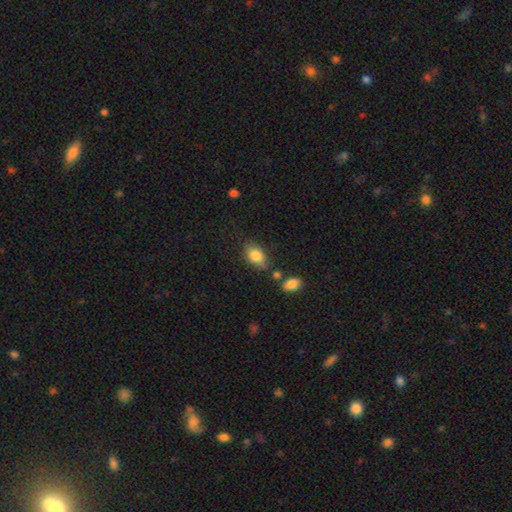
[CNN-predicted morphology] Smooth or featured?
  - smooth: 84% *
  - featured or disk: 9%
  - star or artifact: 8%
How rounded?
  - in between: 86% *
  - round: 12%
  - cigar-shaped: 3%
Merging?
  - none: 70% *
  - minor disturbance: 19%
  - merger: 7%
  - major disturbance: 5%